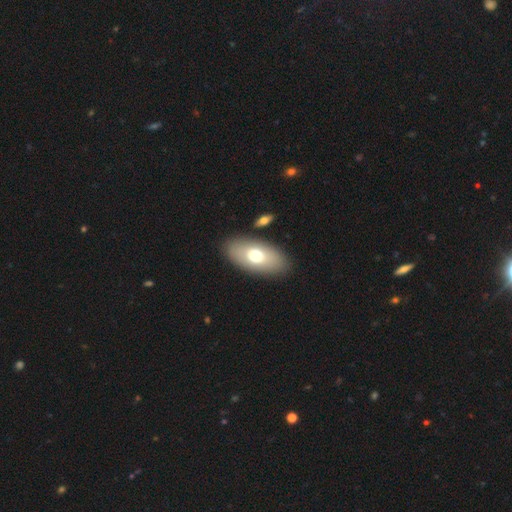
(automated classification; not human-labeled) This is likely a smooth galaxy (68%). How rounded: clearly in between (92%). Merging: clearly none (84%).